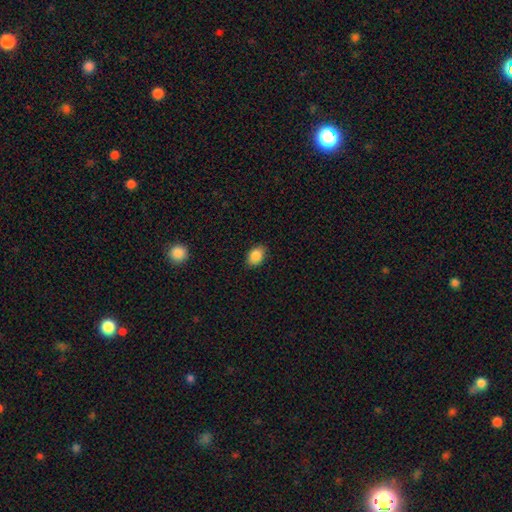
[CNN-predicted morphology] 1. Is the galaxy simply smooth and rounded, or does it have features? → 87% smooth, 8% star or artifact, 4% featured or disk.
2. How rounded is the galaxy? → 76% in between, 23% round, 1% cigar-shaped.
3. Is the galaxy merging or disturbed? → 86% none, 11% minor disturbance, 2% major disturbance, 1% merger.